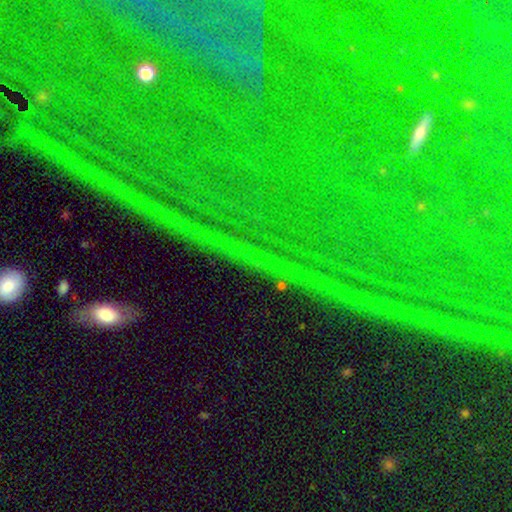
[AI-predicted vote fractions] This is clearly a star or artifact rather than a galaxy (83%).